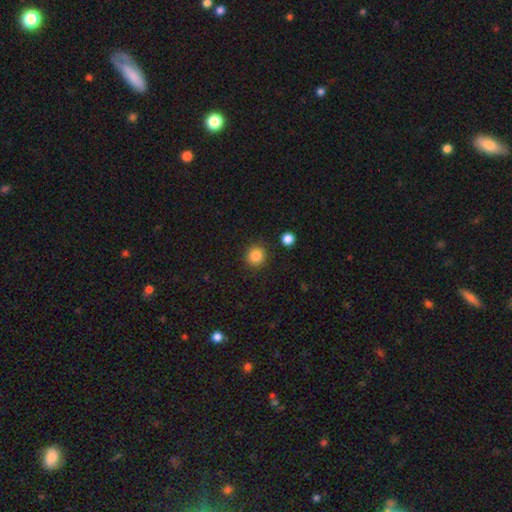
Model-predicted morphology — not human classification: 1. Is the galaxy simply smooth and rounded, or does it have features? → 85% smooth, 11% star or artifact, 5% featured or disk.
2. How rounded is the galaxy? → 90% round, 9% in between, 1% cigar-shaped.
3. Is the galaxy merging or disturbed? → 89% none, 7% minor disturbance, 2% major disturbance, 2% merger.